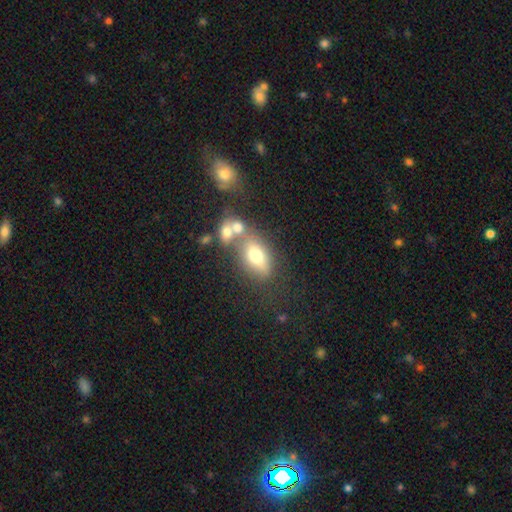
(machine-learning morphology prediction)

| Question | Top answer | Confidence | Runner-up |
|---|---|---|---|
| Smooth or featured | smooth | 67% | featured or disk (22%) |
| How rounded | in between | 80% | round (13%) |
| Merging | none | 46% | merger (34%) |